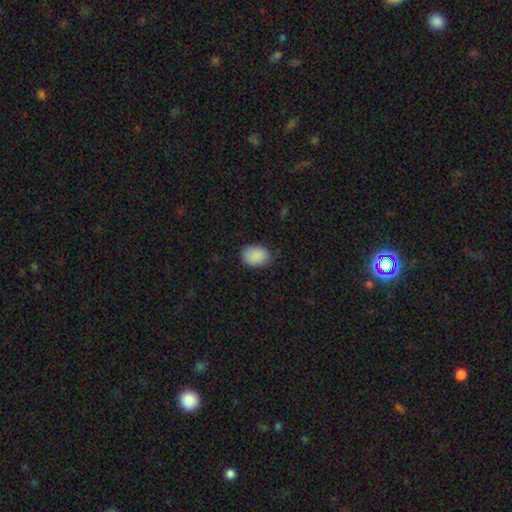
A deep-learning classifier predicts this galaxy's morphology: Smooth or featured: smooth — 90% (star or artifact — 7%)
How rounded: in between — 70% (round — 30%)
Merging: none — 81% (minor disturbance — 15%)